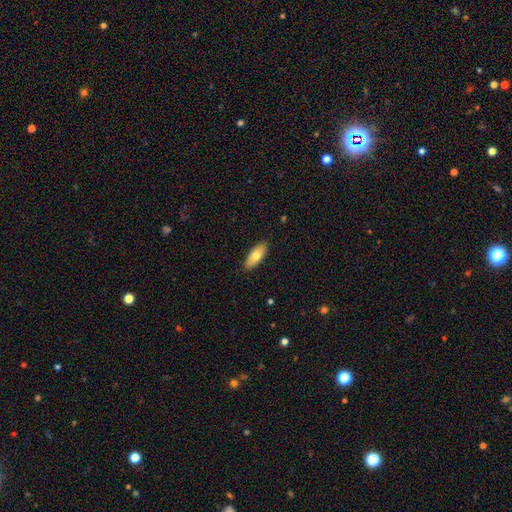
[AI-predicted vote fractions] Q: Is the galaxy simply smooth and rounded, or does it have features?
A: smooth — 74%.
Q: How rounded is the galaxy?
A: in between — 74%.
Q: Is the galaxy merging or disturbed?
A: none — 89%.